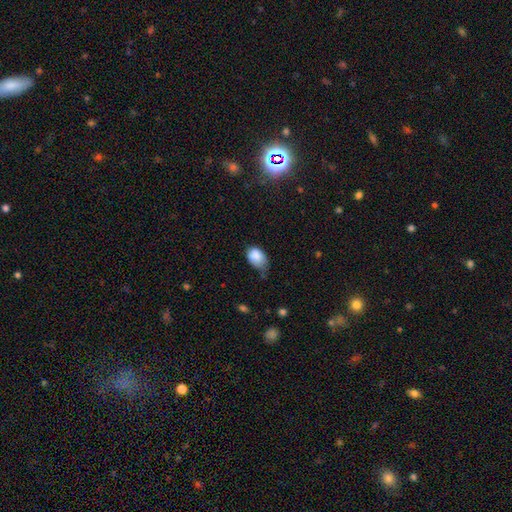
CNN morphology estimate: Smooth or featured?
  - smooth: 85% *
  - star or artifact: 8%
  - featured or disk: 7%
How rounded?
  - in between: 80% *
  - round: 19%
  - cigar-shaped: 1%
Merging?
  - minor disturbance: 47% *
  - none: 36%
  - major disturbance: 13%
  - merger: 4%